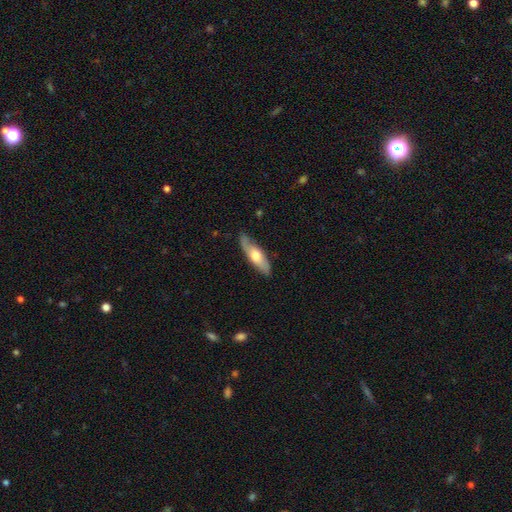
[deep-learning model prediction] Overall: featured or disk (48%; smooth 47%). Merging: none (78%).